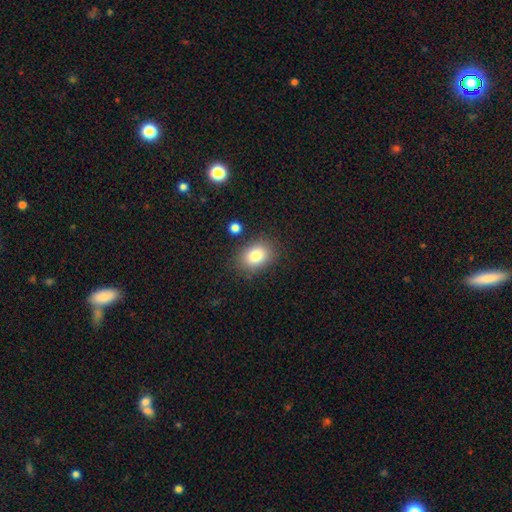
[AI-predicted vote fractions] smooth-or-featured: smooth: 81% | star or artifact: 10% | featured or disk: 9%
  how-rounded: in between: 67% | round: 32% | cigar-shaped: 1%
  merging: none: 82% | minor disturbance: 11% | major disturbance: 3% | merger: 3%